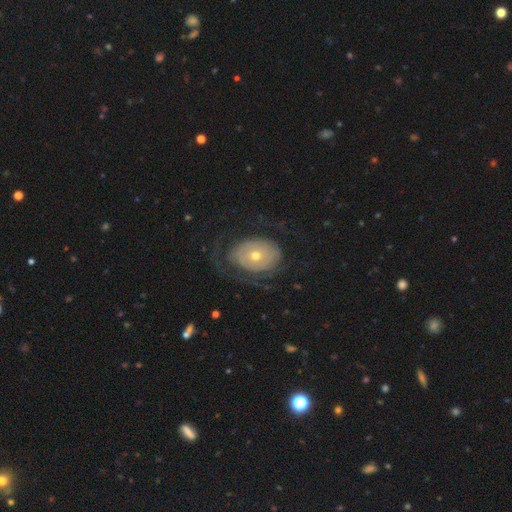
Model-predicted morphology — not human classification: type=featured or disk (64%); edge-on=no (94%); bar=no (85%); spiral arms=yes (56%); bulge=moderate (50%); merging=none (59%).